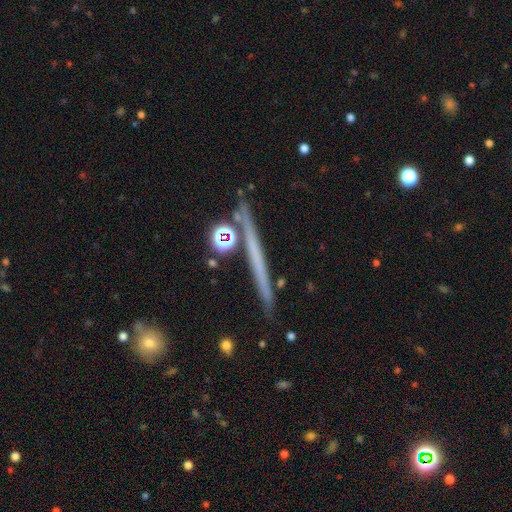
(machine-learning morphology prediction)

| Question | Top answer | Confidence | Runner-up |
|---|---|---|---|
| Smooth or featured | featured or disk | 57% | smooth (33%) |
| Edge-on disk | yes | 96% | no (4%) |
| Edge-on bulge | none | 90% | rounded (7%) |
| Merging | none | 85% | minor disturbance (9%) |